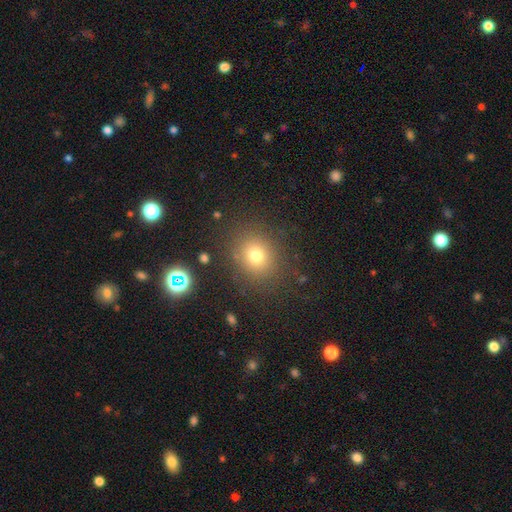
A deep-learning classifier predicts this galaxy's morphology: smooth 74%, star or artifact 17%, featured or disk 9%. Down the decision tree: how rounded — round (75%); merging — none (85%).